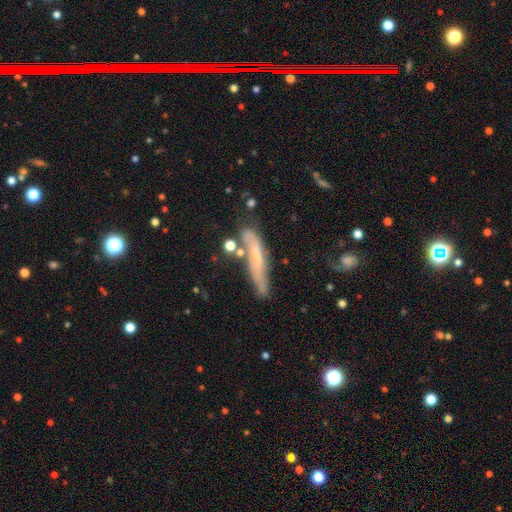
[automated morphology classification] type=featured or disk (47%); merging=none (55%).